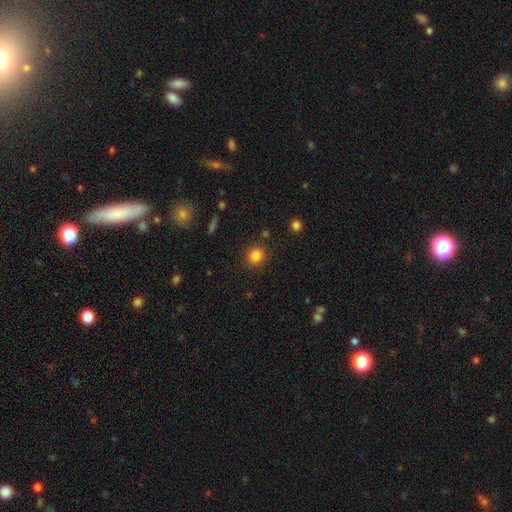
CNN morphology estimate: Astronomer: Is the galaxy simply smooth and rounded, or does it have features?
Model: smooth — 84%.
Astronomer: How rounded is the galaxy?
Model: round — 89%.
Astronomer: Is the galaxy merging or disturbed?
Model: none — 88%.